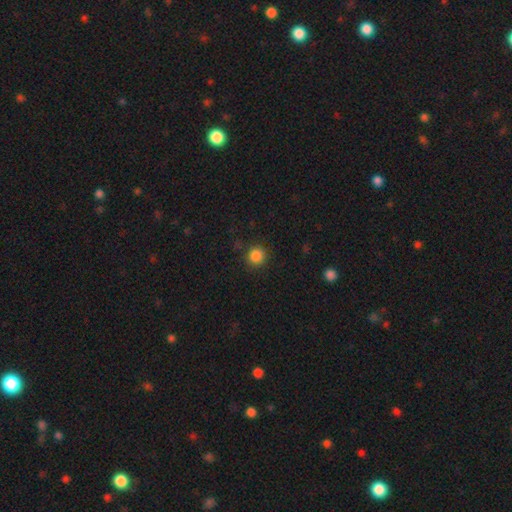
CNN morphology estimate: A smooth galaxy with no disk features (85%) that is round (93%).

Vote fractions:
- Smooth or featured? smooth: 85% / star or artifact: 11% / featured or disk: 3%
- How rounded? round: 93% / in between: 6% / cigar-shaped: 1%
- Merging? none: 88% / minor disturbance: 8% / major disturbance: 3% / merger: 2%